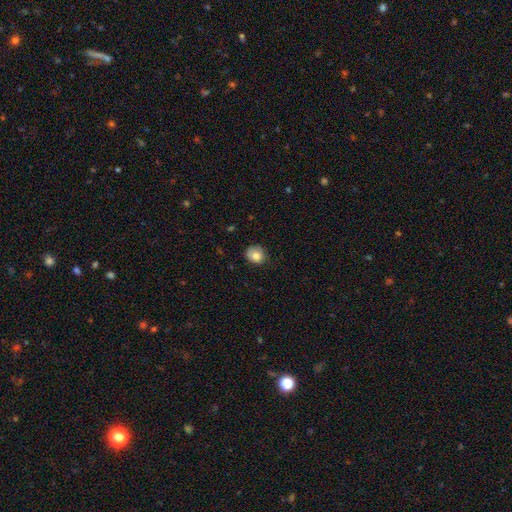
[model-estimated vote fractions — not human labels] Smooth or featured: smooth — 81% (featured or disk — 10%)
How rounded: round — 72% (in between — 27%)
Merging: none — 70% (minor disturbance — 23%)